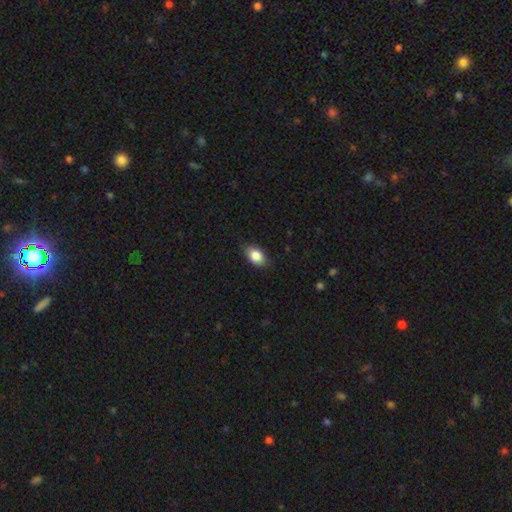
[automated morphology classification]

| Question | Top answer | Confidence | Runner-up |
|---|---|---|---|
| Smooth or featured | smooth | 84% | featured or disk (8%) |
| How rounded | in between | 87% | round (11%) |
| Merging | none | 82% | minor disturbance (14%) |